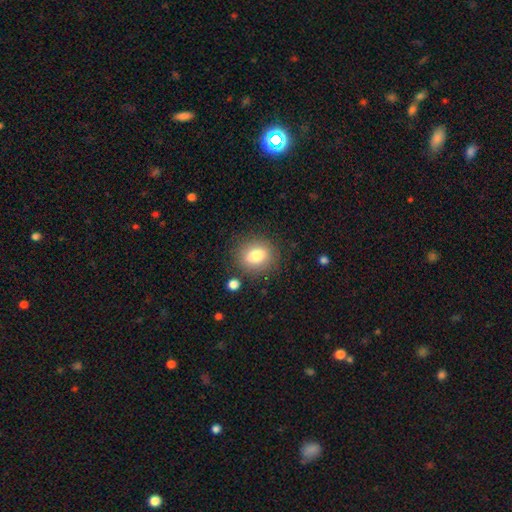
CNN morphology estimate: This is likely a smooth galaxy (79%). How rounded: possibly round (58%). Merging: clearly none (83%).